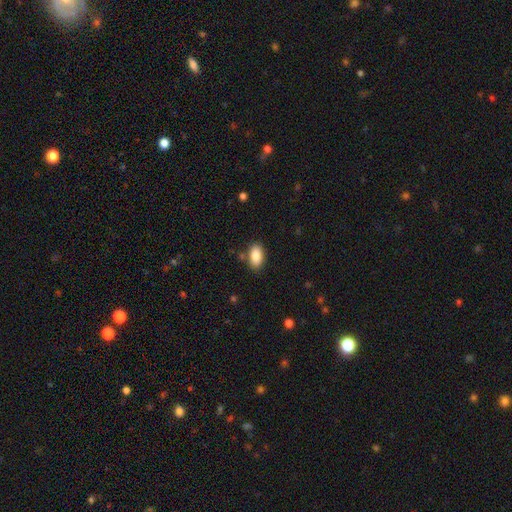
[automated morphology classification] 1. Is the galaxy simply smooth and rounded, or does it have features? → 87% smooth, 7% star or artifact, 5% featured or disk.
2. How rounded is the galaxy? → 92% in between, 5% round, 3% cigar-shaped.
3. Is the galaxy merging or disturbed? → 83% none, 11% minor disturbance, 3% merger, 3% major disturbance.